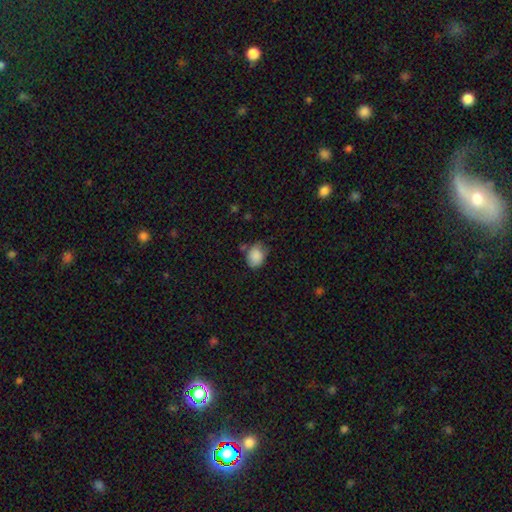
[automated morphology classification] A smooth galaxy with no disk features (87%) that is in between round and cigar-shaped (59%). Merging: none (60%).